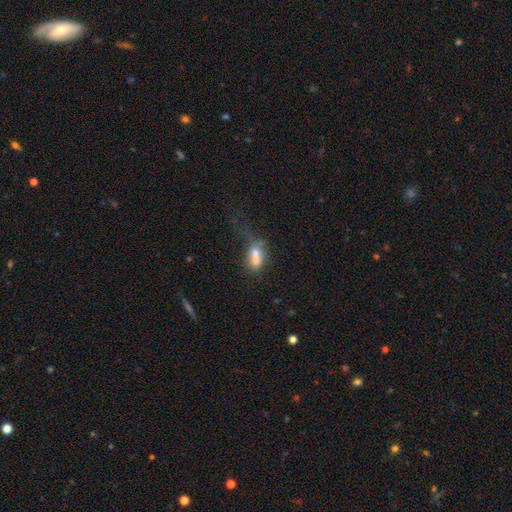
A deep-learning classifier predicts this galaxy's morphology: Overall: smooth (65%). How rounded: in between (75%). Merging: merger (43%; none 21%).